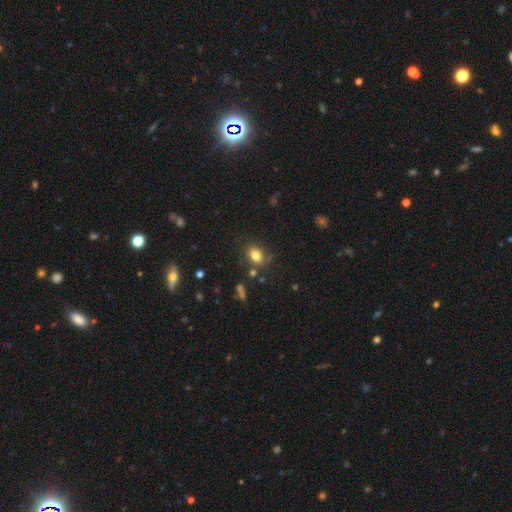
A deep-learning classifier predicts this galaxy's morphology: type=smooth (81%); roundness=in between (76%); merging=none (76%).